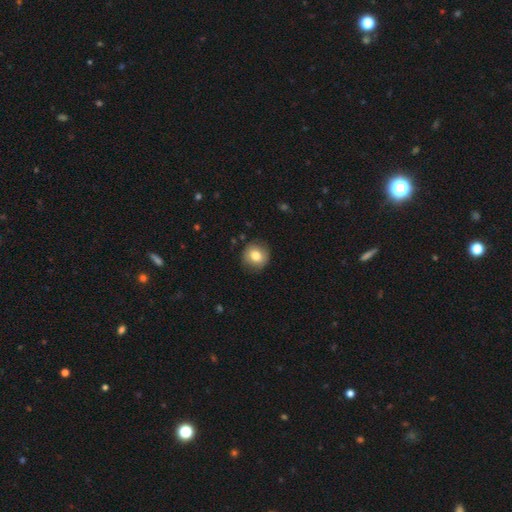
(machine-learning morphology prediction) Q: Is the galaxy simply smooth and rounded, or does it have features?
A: smooth — 79%.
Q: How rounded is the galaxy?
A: round — 89%.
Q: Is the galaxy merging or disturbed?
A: none — 86%.